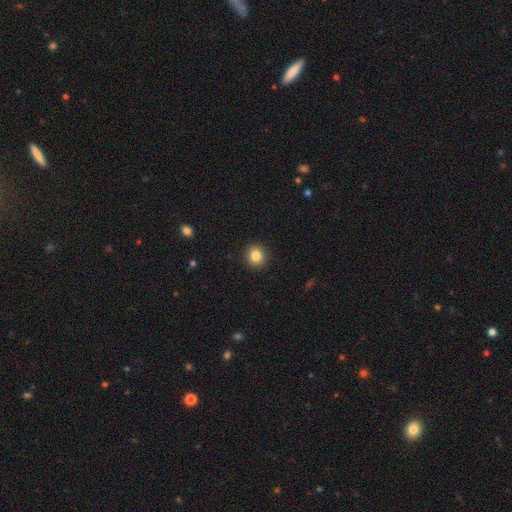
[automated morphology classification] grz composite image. It shows a smooth galaxy with no disk features (84%) that is round (89%). Merging: none (92%).